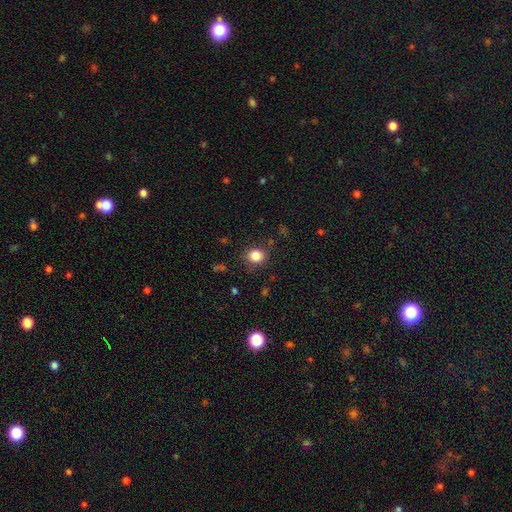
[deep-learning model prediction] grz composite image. It shows a smooth galaxy with no disk features (84%) that is round (69%). Merging: none (82%).